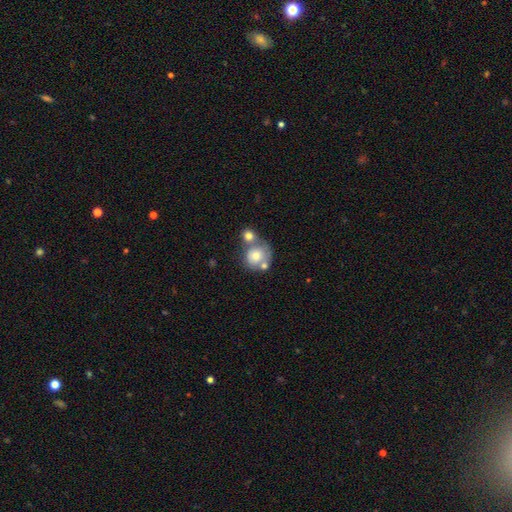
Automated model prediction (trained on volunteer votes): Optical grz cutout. It shows a smooth galaxy with no disk features (65%) that is round (82%). Merging: merger (49%).